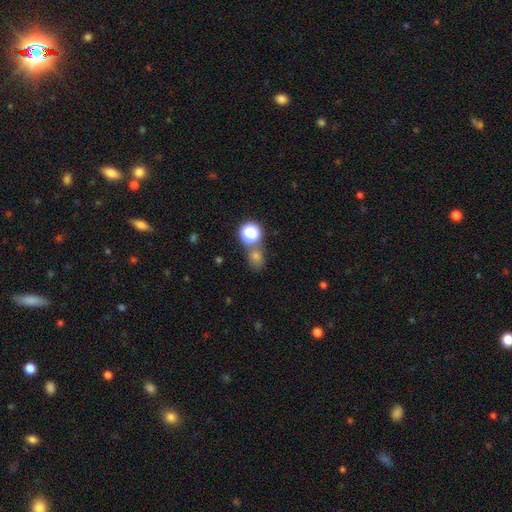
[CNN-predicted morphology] smooth_or_featured: smooth (p=0.52) [alt: star or artifact p=0.39]
how_rounded: round (p=0.74) [alt: in between p=0.24]
merging: none (p=0.69) [alt: merger p=0.17]